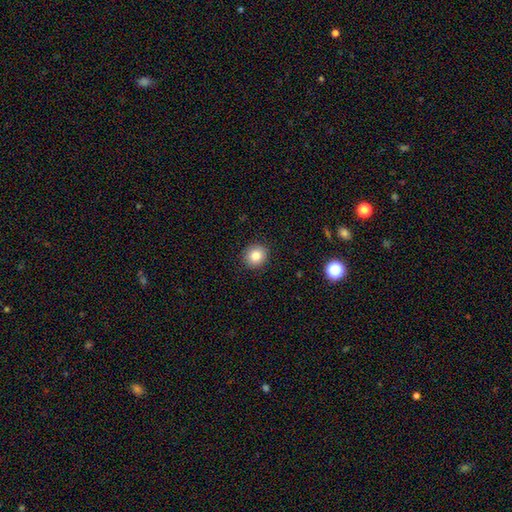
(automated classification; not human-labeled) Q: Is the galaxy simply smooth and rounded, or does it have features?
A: smooth — 83%.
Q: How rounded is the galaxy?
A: round — 83%.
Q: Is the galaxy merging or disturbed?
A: none — 91%.